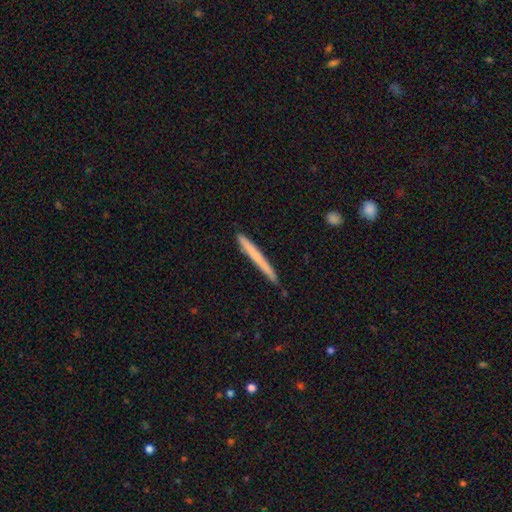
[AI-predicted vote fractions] Smooth or featured?
  - smooth: 61% *
  - featured or disk: 33%
  - star or artifact: 6%
How rounded?
  - cigar-shaped: 97% *
  - in between: 2%
  - round: 1%
Merging?
  - none: 88% *
  - minor disturbance: 9%
  - major disturbance: 1%
  - merger: 1%